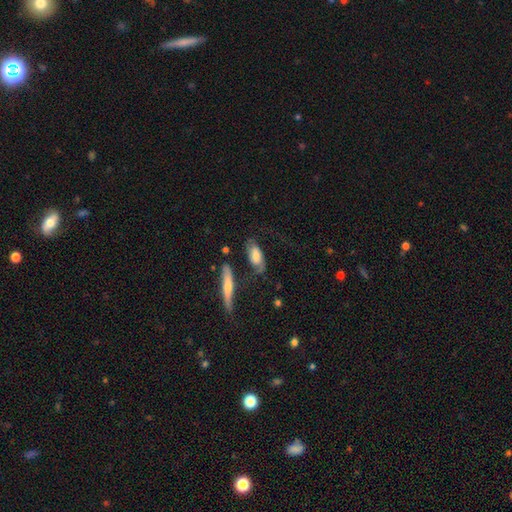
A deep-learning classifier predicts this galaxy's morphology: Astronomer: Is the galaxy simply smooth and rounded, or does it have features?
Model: featured or disk — 47% (runner-up: smooth, 46%).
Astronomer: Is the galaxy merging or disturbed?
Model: none — 57%.